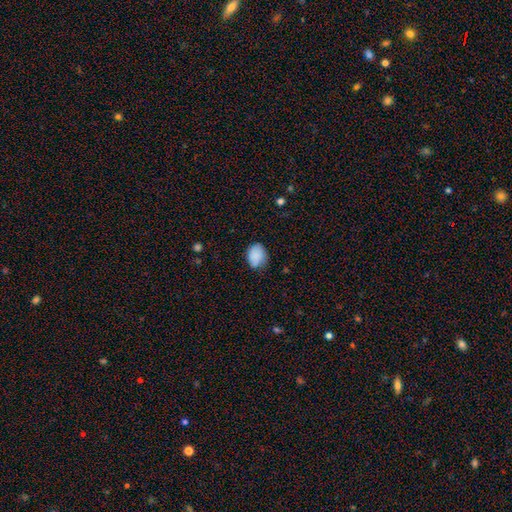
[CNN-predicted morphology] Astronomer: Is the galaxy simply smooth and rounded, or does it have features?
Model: smooth — 87%.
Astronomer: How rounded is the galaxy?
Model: in between — 65%.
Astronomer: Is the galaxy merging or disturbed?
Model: none — 70%.